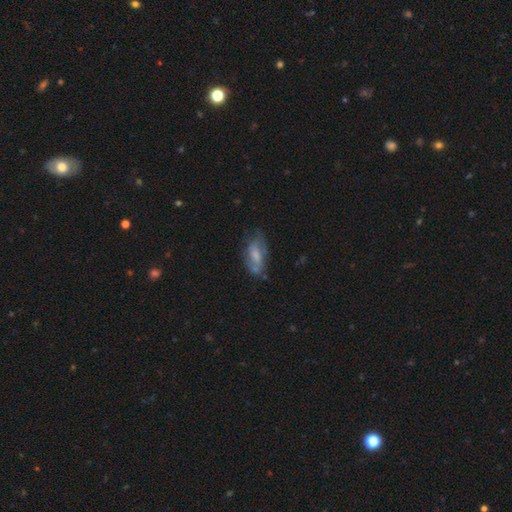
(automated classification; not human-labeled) Q: Smooth or featured?
A: smooth (52%); runner-up: featured or disk (40%)
Q: How rounded?
A: in between (83%); runner-up: cigar-shaped (14%)
Q: Merging?
A: none (51%); runner-up: minor disturbance (28%)